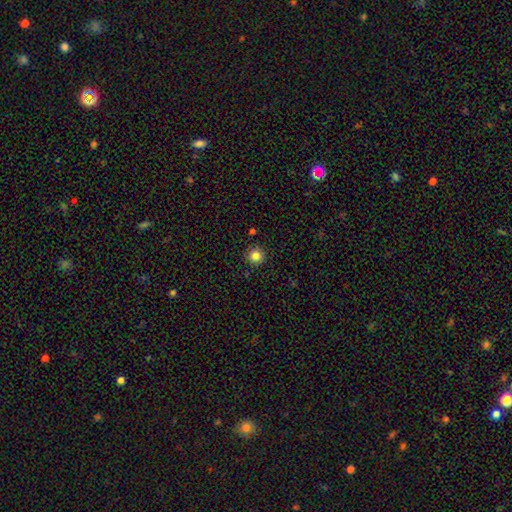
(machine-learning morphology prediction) This is clearly a smooth galaxy (84%). How rounded: clearly round (94%). Merging: clearly none (90%).